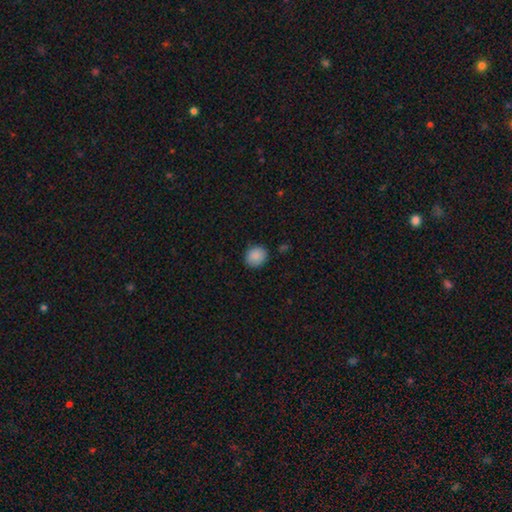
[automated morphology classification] Smooth or featured?
  - smooth: 88% *
  - star or artifact: 8%
  - featured or disk: 4%
How rounded?
  - round: 79% *
  - in between: 20%
  - cigar-shaped: 1%
Merging?
  - none: 85% *
  - minor disturbance: 11%
  - major disturbance: 2%
  - merger: 2%